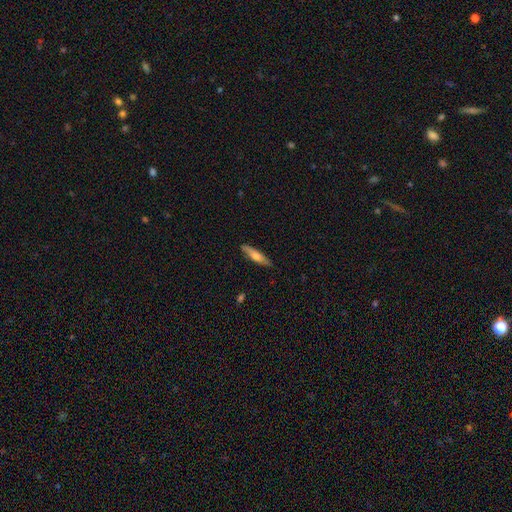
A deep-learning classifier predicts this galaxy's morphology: Smooth or featured? smooth (55%)
How rounded? cigar-shaped (82%)
Merging? none (86%)